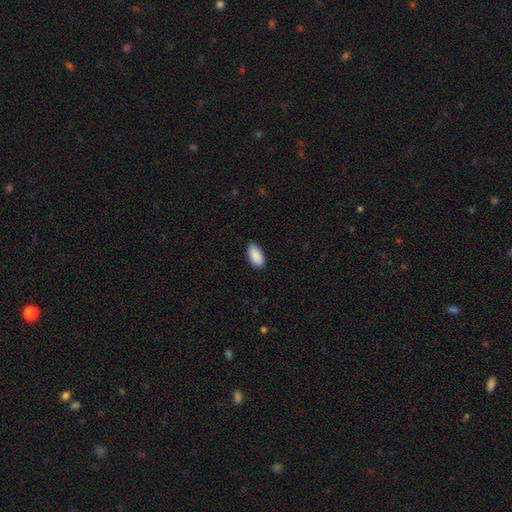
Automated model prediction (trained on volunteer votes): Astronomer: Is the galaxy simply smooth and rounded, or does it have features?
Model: smooth — 91%.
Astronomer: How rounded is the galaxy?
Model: in between — 93%.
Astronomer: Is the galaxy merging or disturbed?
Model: none — 87%.